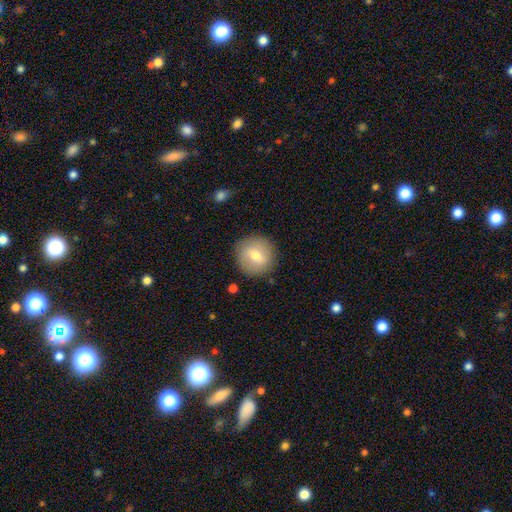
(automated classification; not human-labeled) Q: Smooth or featured?
A: smooth (62%); runner-up: featured or disk (30%)
Q: How rounded?
A: round (92%); runner-up: in between (7%)
Q: Merging?
A: none (87%); runner-up: minor disturbance (9%)